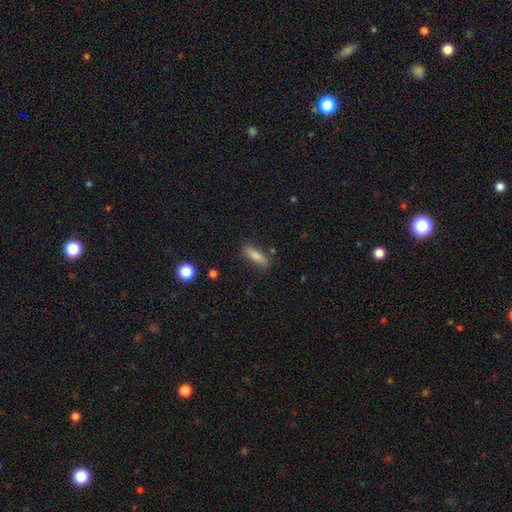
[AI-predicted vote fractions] Smooth or featured? Predicted: smooth (p=0.75). How rounded? Predicted: cigar-shaped (p=0.55). Merging? Predicted: none (p=0.84).